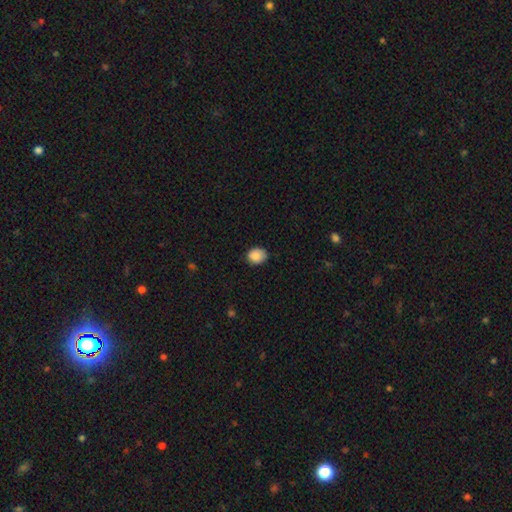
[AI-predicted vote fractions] Smooth or featured?
  - smooth: 87% *
  - star or artifact: 8%
  - featured or disk: 4%
How rounded?
  - round: 52% *
  - in between: 47%
  - cigar-shaped: 1%
Merging?
  - none: 77% *
  - minor disturbance: 19%
  - major disturbance: 3%
  - merger: 1%